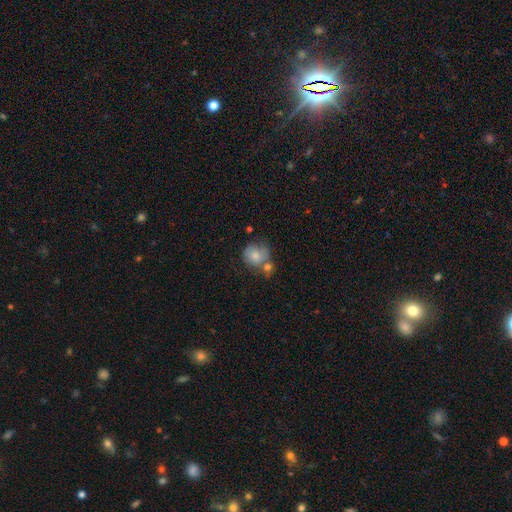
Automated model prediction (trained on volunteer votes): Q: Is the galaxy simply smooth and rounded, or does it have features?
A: smooth — 76%.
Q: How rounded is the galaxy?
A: round — 80%.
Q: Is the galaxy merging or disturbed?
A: none — 41%.